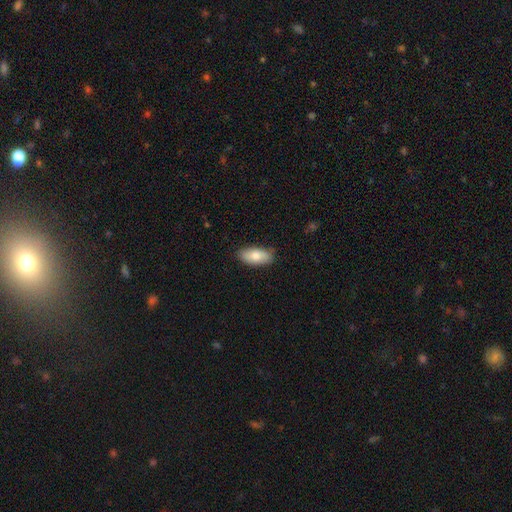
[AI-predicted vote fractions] A smooth galaxy with no disk features (80%) that is in between round and cigar-shaped (89%). Merging: none (85%).